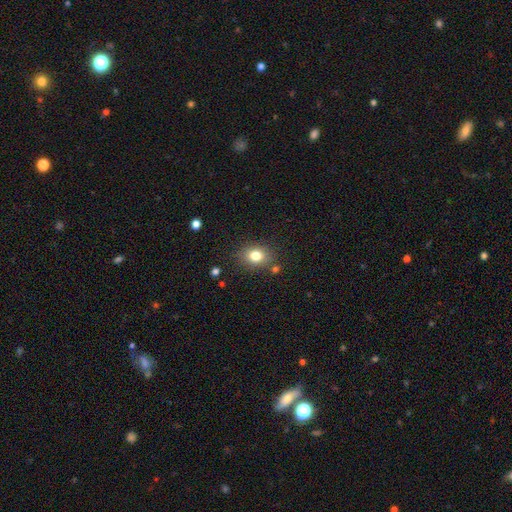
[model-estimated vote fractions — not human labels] Smooth or featured? smooth (79%)
How rounded? in between (55%)
Merging? none (81%)